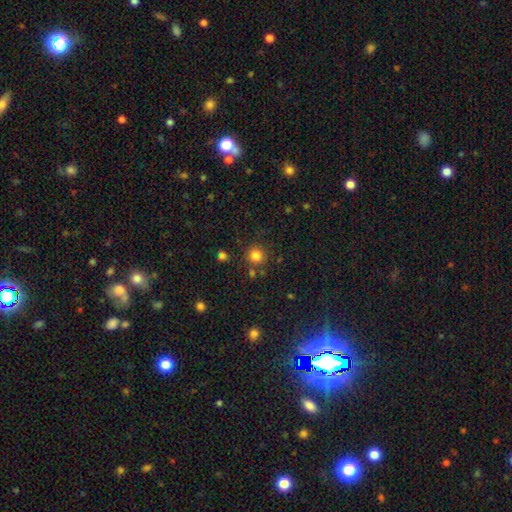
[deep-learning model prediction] A smooth galaxy with no disk features (82%) that is round (91%). Merging: none (81%).